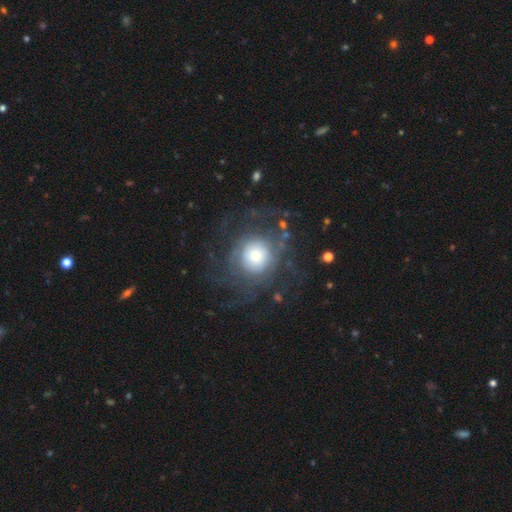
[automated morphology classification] Smooth or featured?
  - featured or disk: 62% *
  - smooth: 28%
  - star or artifact: 10%
Edge-on disk?
  - no: 97% *
  - yes: 3%
Bar?
  - no: 84% *
  - weak: 12%
  - strong: 4%
Spiral arms?
  - yes: 75% *
  - no: 25%
Bulge size?
  - large: 38% *
  - moderate: 31%
  - small: 18%
  - dominant: 11%
  - none: 2%
Merging?
  - none: 62% *
  - major disturbance: 22%
  - minor disturbance: 13%
  - merger: 2%